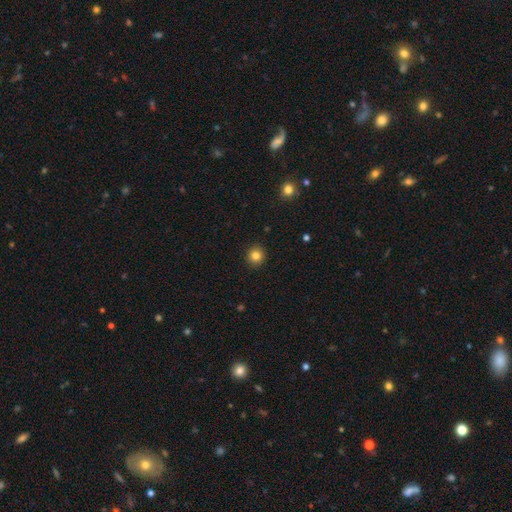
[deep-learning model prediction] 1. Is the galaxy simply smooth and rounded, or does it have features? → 82% smooth, 12% star or artifact, 6% featured or disk.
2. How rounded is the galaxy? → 90% round, 9% in between, 1% cigar-shaped.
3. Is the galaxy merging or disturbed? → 92% none, 6% minor disturbance, 2% major disturbance, 1% merger.